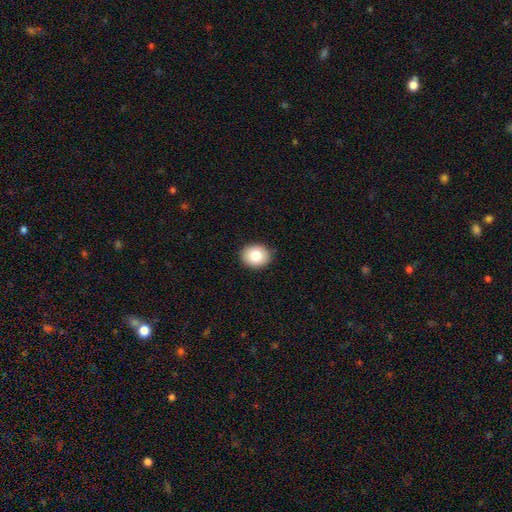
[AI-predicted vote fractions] smooth_or_featured: smooth (p=0.82) [alt: featured or disk p=0.10]
how_rounded: round (p=0.55) [alt: in between p=0.44]
merging: none (p=0.90) [alt: minor disturbance p=0.07]